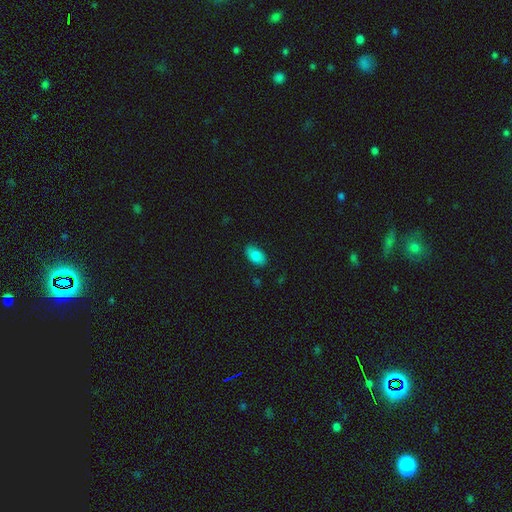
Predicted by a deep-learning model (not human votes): smooth-or-featured: smooth: 81% | featured or disk: 12% | star or artifact: 7%
  how-rounded: in between: 93% | round: 5% | cigar-shaped: 2%
  merging: none: 82% | minor disturbance: 14% | major disturbance: 3% | merger: 1%